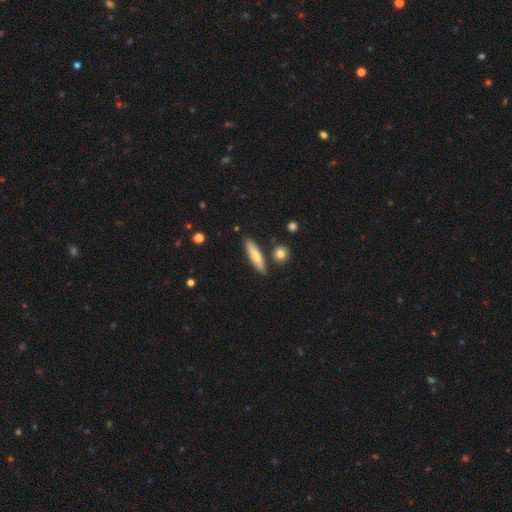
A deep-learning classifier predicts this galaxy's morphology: Smooth or featured?
  - smooth: 65% *
  - featured or disk: 29%
  - star or artifact: 6%
How rounded?
  - cigar-shaped: 76% *
  - in between: 22%
  - round: 2%
Merging?
  - none: 83% *
  - minor disturbance: 10%
  - merger: 5%
  - major disturbance: 2%